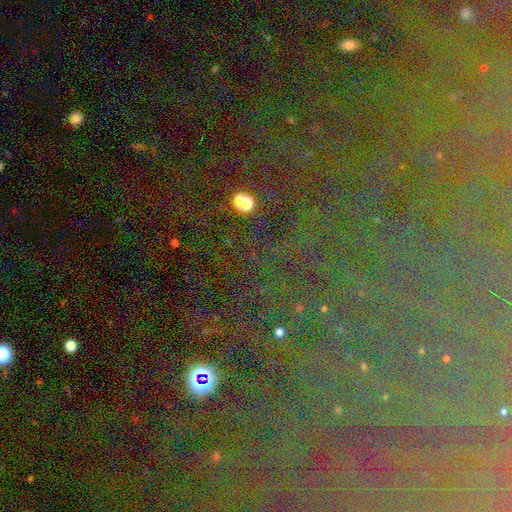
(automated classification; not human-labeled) Smooth or featured?
  - star or artifact: 78% *
  - featured or disk: 11%
  - smooth: 11%